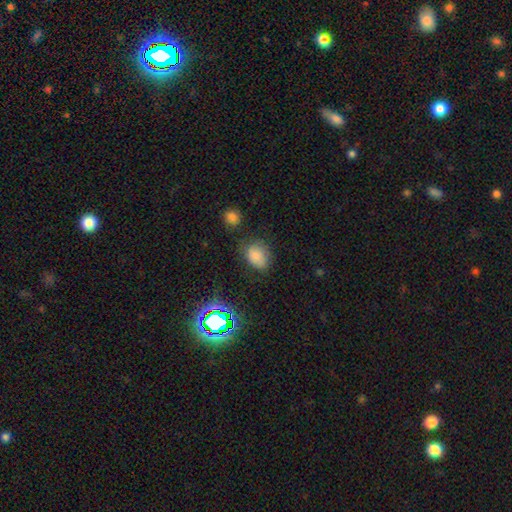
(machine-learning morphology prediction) This appears to be a smooth galaxy with no disk features (75%) that is in between round and cigar-shaped (63%). Merging: none (66%).